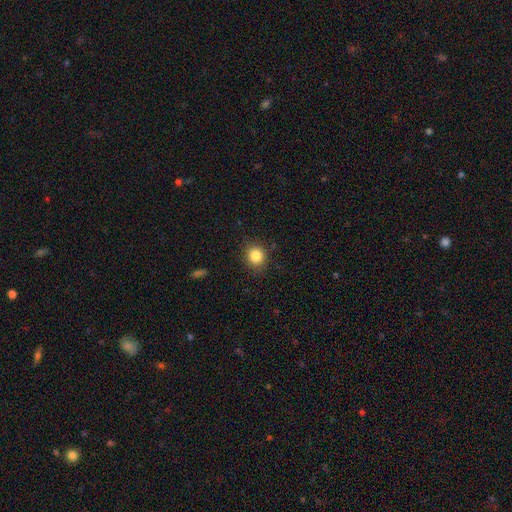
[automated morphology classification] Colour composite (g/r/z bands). It shows a smooth galaxy with no disk features (85%) that is round (81%). Merging: none (85%).